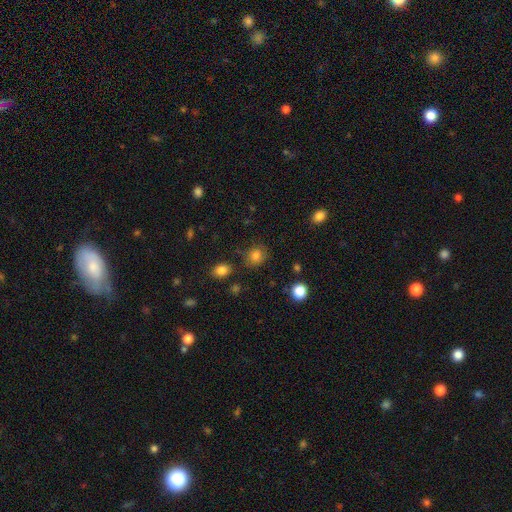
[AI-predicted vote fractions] Morphology: type=smooth (82%); roundness=round (81%); merging=none (81%).